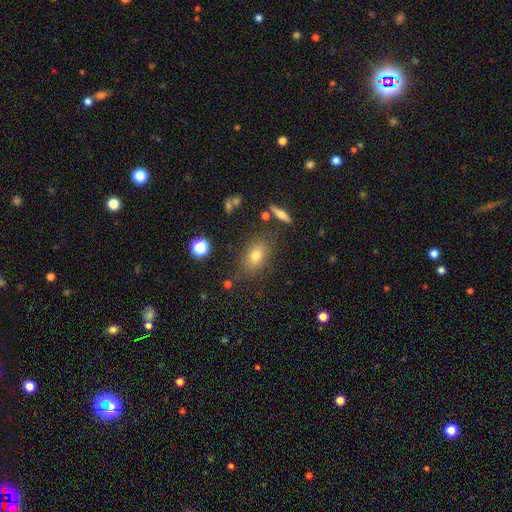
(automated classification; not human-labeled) smooth 71%, star or artifact 15%, featured or disk 14%. Down the decision tree: how rounded — in between (74%); merging — none (79%).